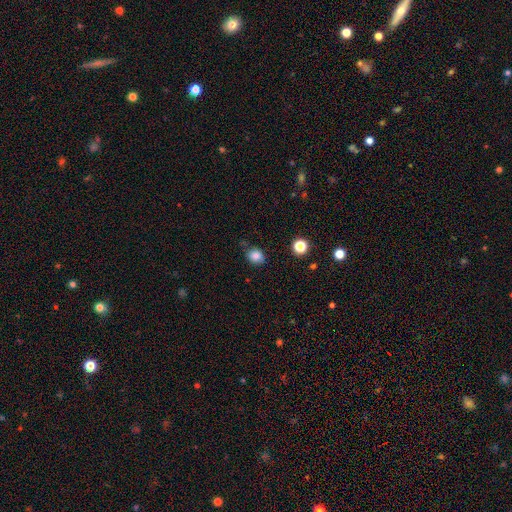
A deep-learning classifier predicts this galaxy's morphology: smooth-or-featured: smooth: 83% | star or artifact: 12% | featured or disk: 5%
  how-rounded: round: 60% | in between: 39% | cigar-shaped: 1%
  merging: none: 76% | minor disturbance: 17% | major disturbance: 4% | merger: 3%